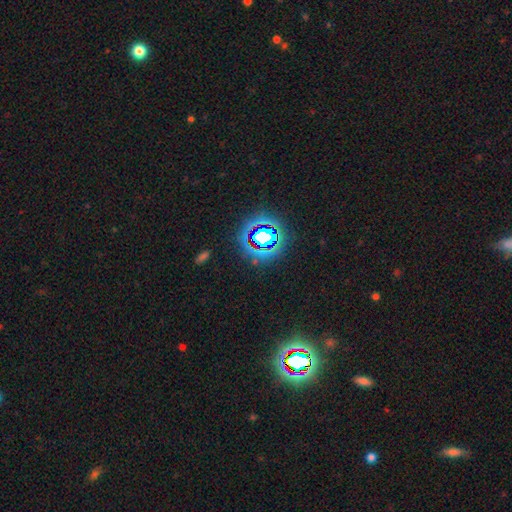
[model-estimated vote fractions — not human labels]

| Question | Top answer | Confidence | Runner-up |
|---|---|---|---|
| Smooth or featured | star or artifact | 80% | smooth (12%) |